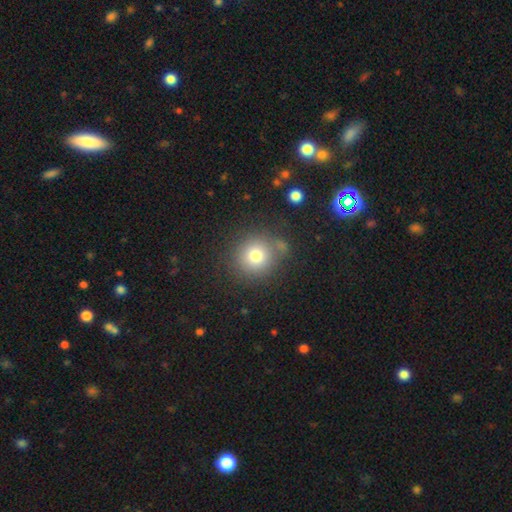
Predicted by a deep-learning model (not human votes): A smooth galaxy with no disk features (76%) that is round (90%). Merging: none (77%).